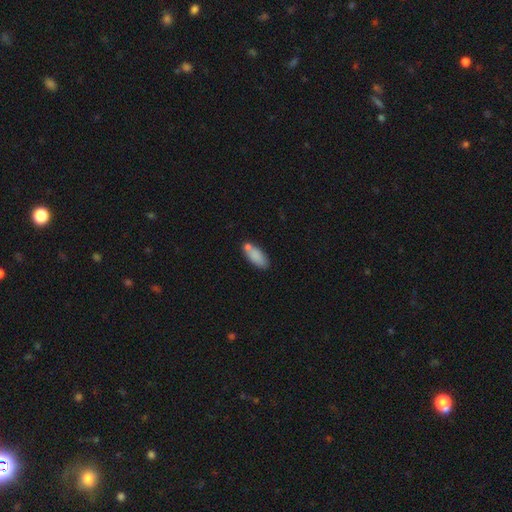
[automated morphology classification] Q: Smooth or featured?
A: smooth (83%); runner-up: featured or disk (10%)
Q: How rounded?
A: in between (74%); runner-up: cigar-shaped (24%)
Q: Merging?
A: none (63%); runner-up: minor disturbance (17%)